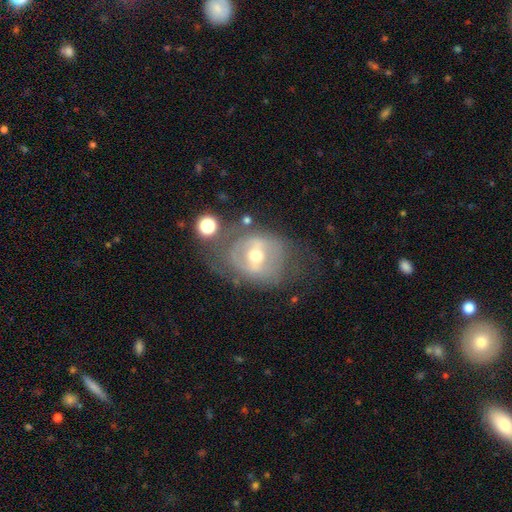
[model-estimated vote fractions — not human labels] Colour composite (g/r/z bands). It shows a featured or disk galaxy (72%) with a weak bar (40%), spiral arms (52%) and a moderate central bulge (64%). Merging: none (56%).